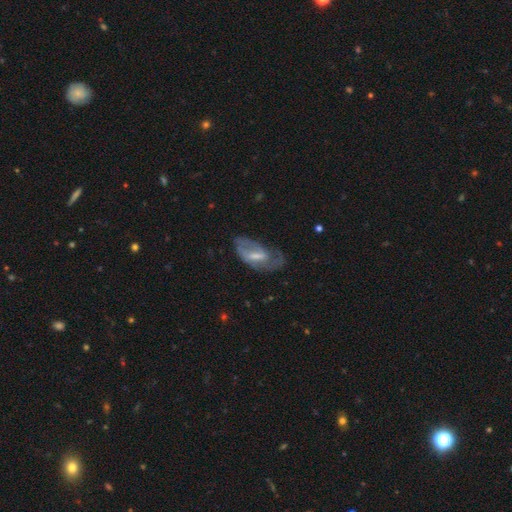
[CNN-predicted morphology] smooth_or_featured: featured or disk (p=0.67) [alt: smooth p=0.26]
disk_edge_on: no (p=0.91) [alt: yes p=0.09]
bar: weak (p=0.49) [alt: strong p=0.29]
has_spiral_arms: yes (p=0.72) [alt: no p=0.28]
bulge_size: moderate (p=0.41) [alt: small p=0.34]
merging: none (p=0.49) [alt: minor disturbance p=0.26]